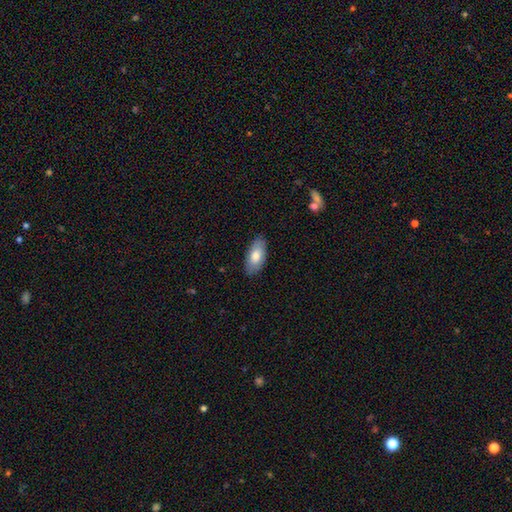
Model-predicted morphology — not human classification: Smooth or featured? smooth (78%)
How rounded? in between (91%)
Merging? none (87%)